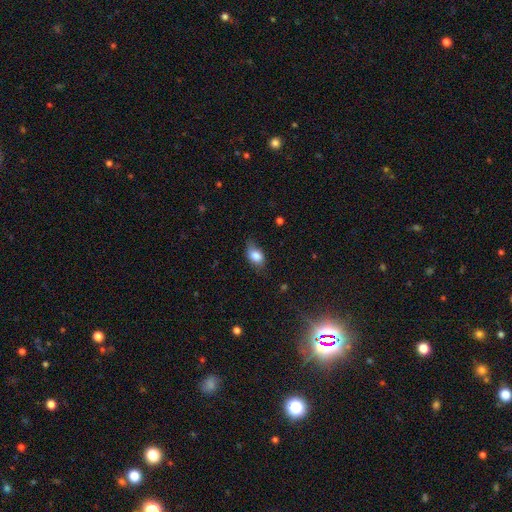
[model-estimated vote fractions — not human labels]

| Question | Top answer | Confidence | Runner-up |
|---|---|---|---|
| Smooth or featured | smooth | 80% | featured or disk (12%) |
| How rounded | in between | 84% | round (12%) |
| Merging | none | 64% | minor disturbance (27%) |